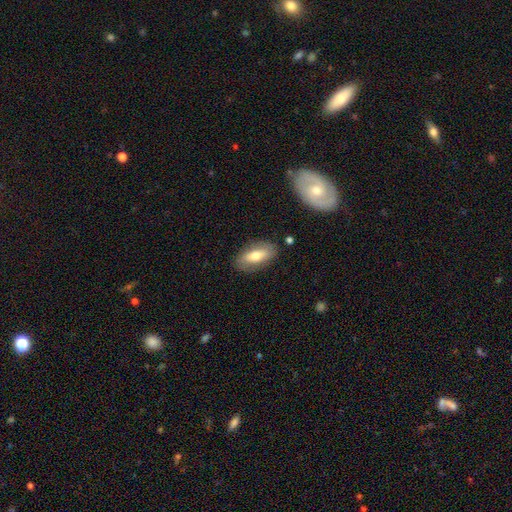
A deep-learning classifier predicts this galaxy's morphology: type=smooth (64%); roundness=in between (84%); merging=none (82%).